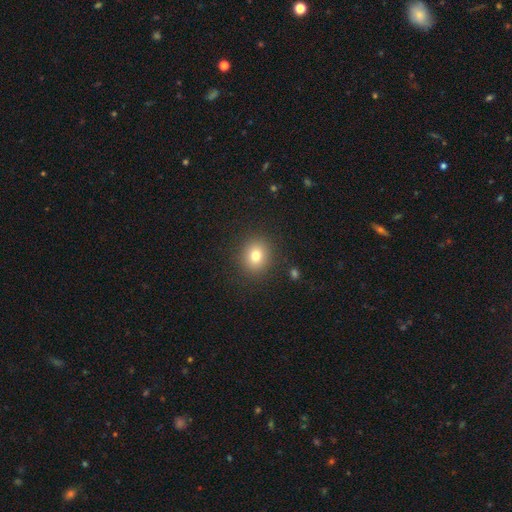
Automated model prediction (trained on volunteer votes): A smooth galaxy with no disk features (79%) that is round (75%). Merging: none (89%).